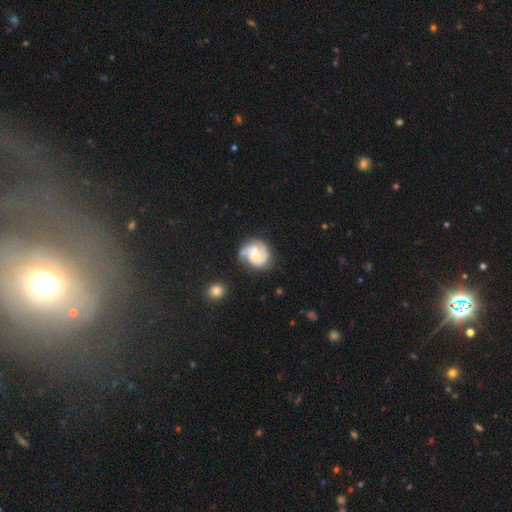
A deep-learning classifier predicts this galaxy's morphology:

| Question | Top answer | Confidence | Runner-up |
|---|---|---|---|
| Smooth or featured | featured or disk | 82% | smooth (12%) |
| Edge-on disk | no | 98% | yes (2%) |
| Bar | no | 64% | weak (30%) |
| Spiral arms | yes | 97% | no (3%) |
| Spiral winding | tight | 50% | medium (40%) |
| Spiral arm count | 2 | 62% | 3 (21%) |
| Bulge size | small | 48% | moderate (40%) |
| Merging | none | 71% | minor disturbance (19%) |